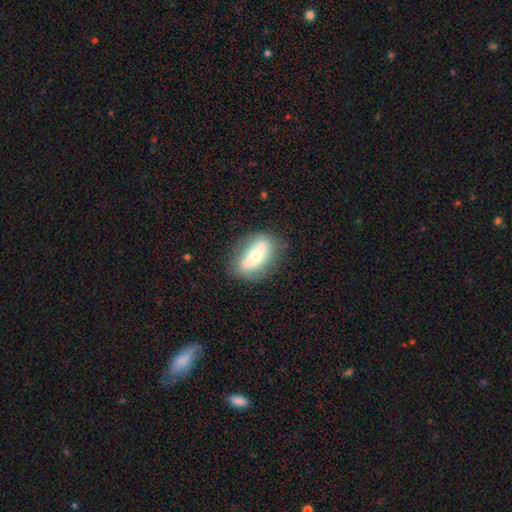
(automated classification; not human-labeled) The model was most divided on "smooth or featured": smooth: 56%, featured or disk: 36%, star or artifact: 8%. More confident: how rounded — in between (84%); merging — none (77%).